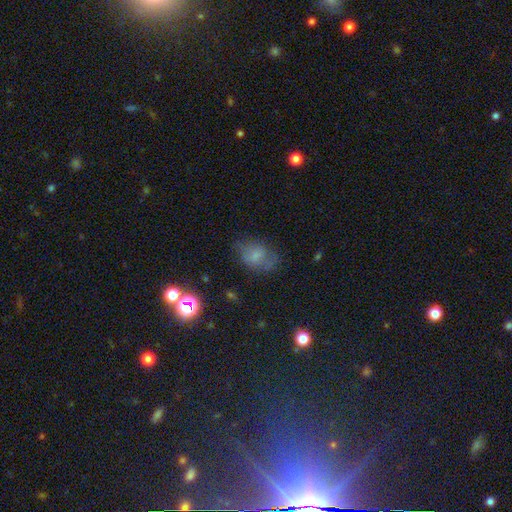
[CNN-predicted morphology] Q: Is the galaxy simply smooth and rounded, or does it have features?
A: smooth — 64%.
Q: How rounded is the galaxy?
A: in between — 71%.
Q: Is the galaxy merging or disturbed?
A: none — 57%.